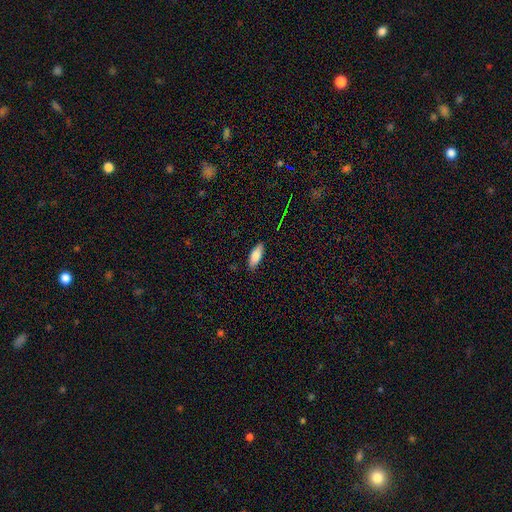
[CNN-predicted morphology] smooth 83%, featured or disk 10%, star or artifact 7%. Down the decision tree: how rounded — in between (81%); merging — none (87%).